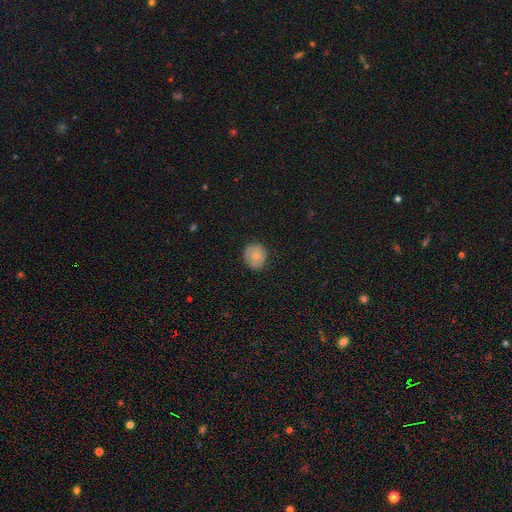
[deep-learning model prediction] This appears to be a smooth galaxy with no disk features (74%) that is round (79%). Merging: none (83%).